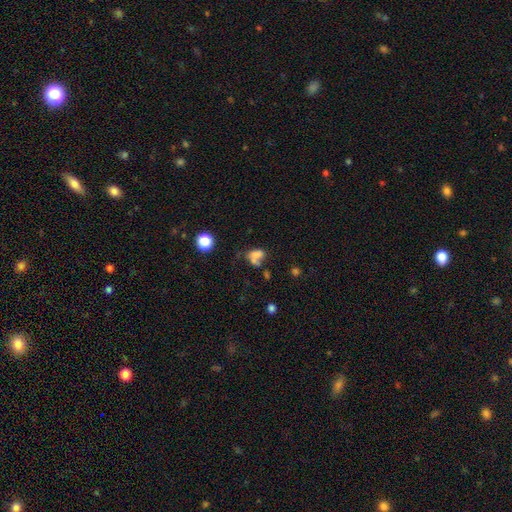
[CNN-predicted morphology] Smooth or featured? Predicted: smooth (p=0.63). How rounded? Predicted: in between (p=0.72). Merging? Predicted: merger (p=0.41).